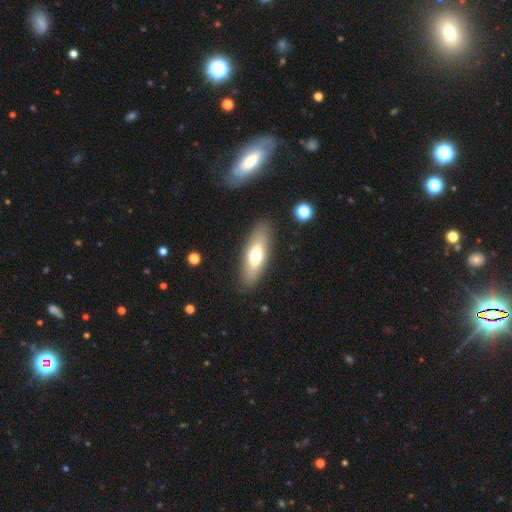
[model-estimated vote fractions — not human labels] Morphology: type=smooth (60%); roundness=in between (62%); merging=none (86%).